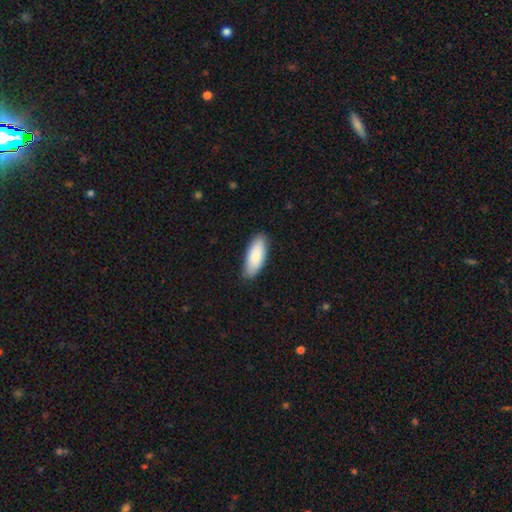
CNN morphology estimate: smooth-or-featured: smooth: 85% | featured or disk: 10% | star or artifact: 5%
  how-rounded: in between: 79% | cigar-shaped: 20% | round: 2%
  merging: none: 85% | minor disturbance: 12% | major disturbance: 2% | merger: 1%